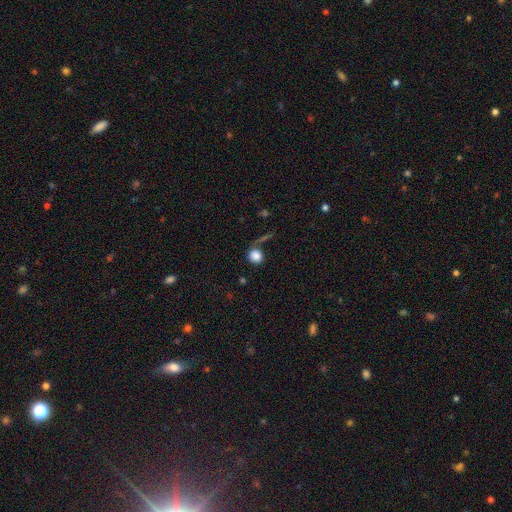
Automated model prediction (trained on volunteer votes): A smooth galaxy with no disk features (84%) that is round (87%).

Vote fractions:
- Smooth or featured? smooth: 84% / star or artifact: 10% / featured or disk: 7%
- How rounded? round: 87% / in between: 12% / cigar-shaped: 1%
- Merging? none: 61% / minor disturbance: 15% / major disturbance: 12% / merger: 12%